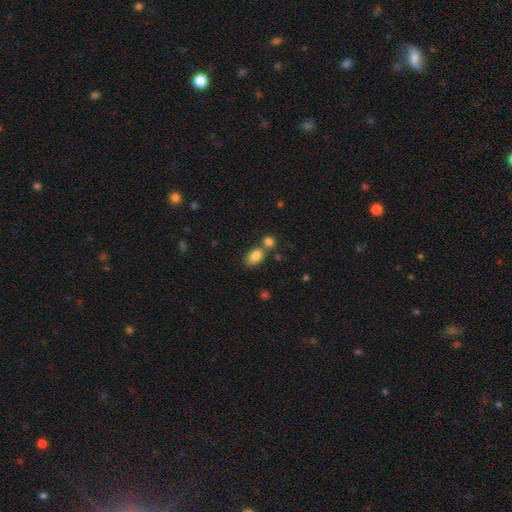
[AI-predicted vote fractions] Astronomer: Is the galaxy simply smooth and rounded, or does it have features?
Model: smooth — 82%.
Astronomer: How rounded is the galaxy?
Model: in between — 83%.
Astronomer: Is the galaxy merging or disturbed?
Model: none — 49% (runner-up: merger, 34%).